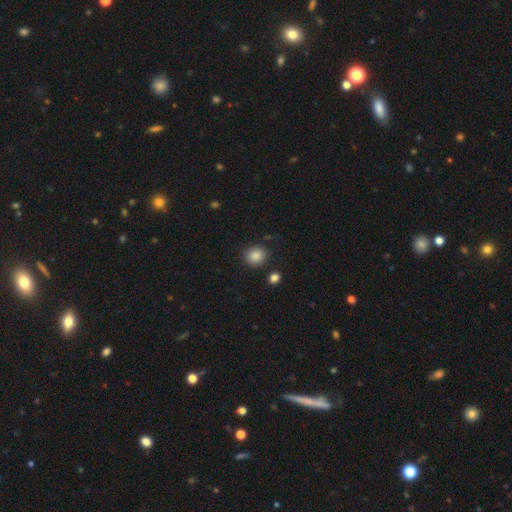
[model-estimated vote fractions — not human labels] The model was most divided on "how rounded": round: 75%, in between: 24%, cigar-shaped: 1%. More confident: smooth or featured — smooth (87%); merging — none (85%).